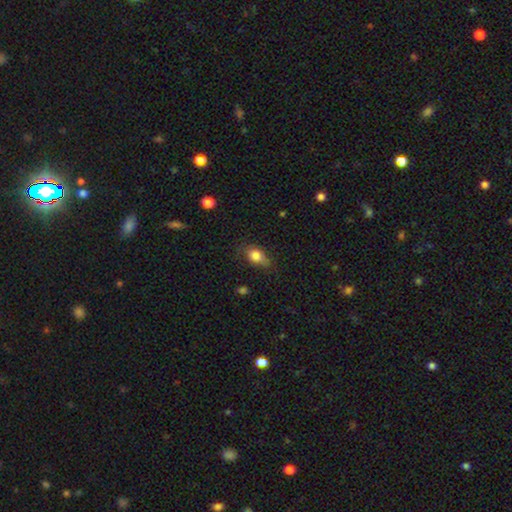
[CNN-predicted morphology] This is clearly a smooth galaxy (81%). How rounded: likely in between (77%). Merging: likely none (62%).